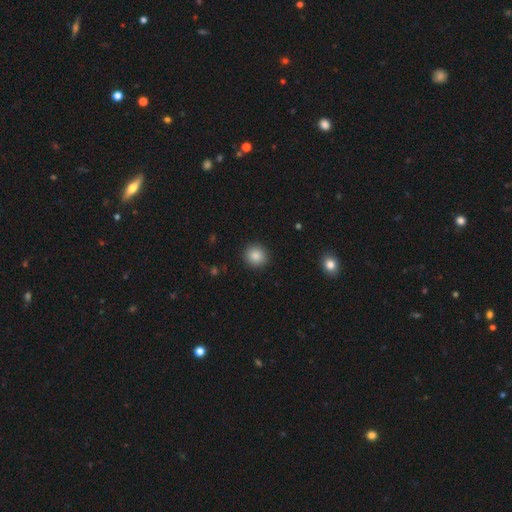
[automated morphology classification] smooth_or_featured: smooth (p=0.86) [alt: star or artifact p=0.09]
how_rounded: round (p=0.87) [alt: in between p=0.12]
merging: none (p=0.91) [alt: minor disturbance p=0.06]